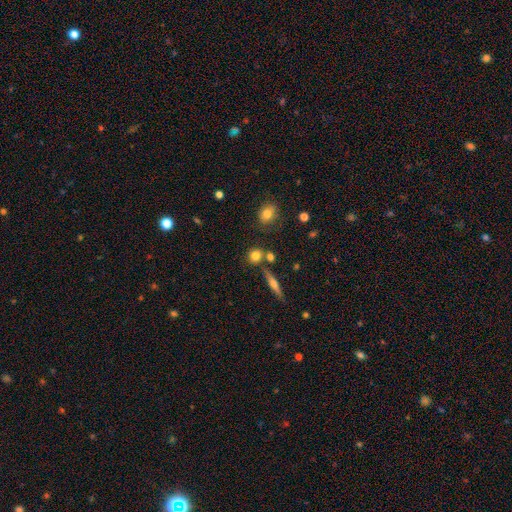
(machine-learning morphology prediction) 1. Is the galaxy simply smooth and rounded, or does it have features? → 77% smooth, 11% featured or disk, 11% star or artifact.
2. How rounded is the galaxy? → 81% round, 16% in between, 3% cigar-shaped.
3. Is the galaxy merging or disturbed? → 70% none, 16% merger, 10% minor disturbance, 3% major disturbance.